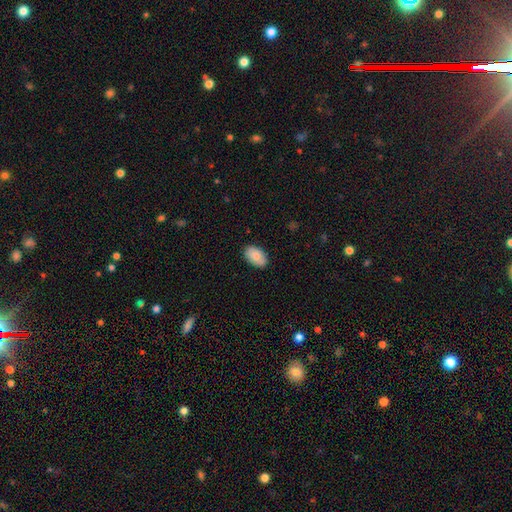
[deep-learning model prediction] Morphology: type=smooth (84%); roundness=in between (92%); merging=none (86%).